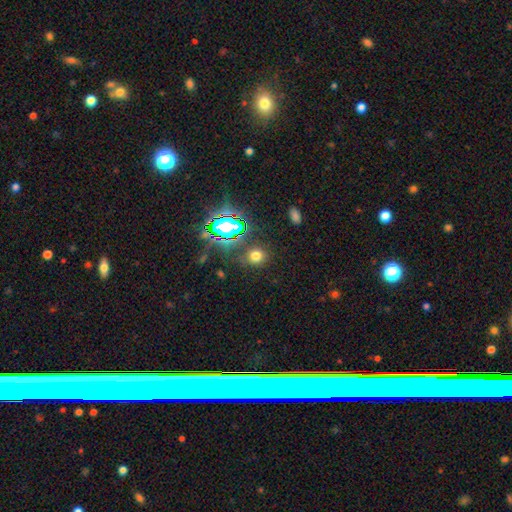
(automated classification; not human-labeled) Overall: smooth (63%; star or artifact 30%). How rounded: round (75%). Merging: none (81%).